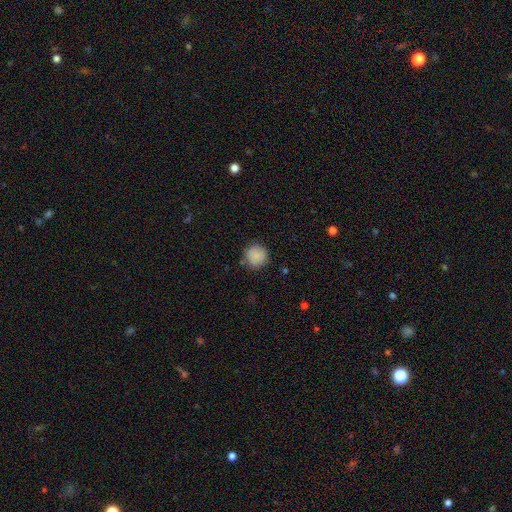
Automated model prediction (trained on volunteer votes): smooth 87%, star or artifact 8%, featured or disk 5%. Down the decision tree: how rounded — round (94%); merging — none (83%).